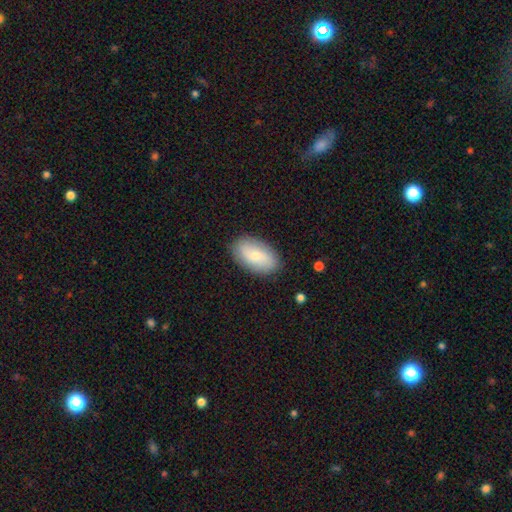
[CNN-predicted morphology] A smooth galaxy with no disk features (66%) that is in between round and cigar-shaped (93%).

Vote fractions:
- Smooth or featured? smooth: 66% / featured or disk: 28% / star or artifact: 6%
- How rounded? in between: 93% / round: 4% / cigar-shaped: 2%
- Merging? none: 86% / minor disturbance: 10% / major disturbance: 2% / merger: 1%